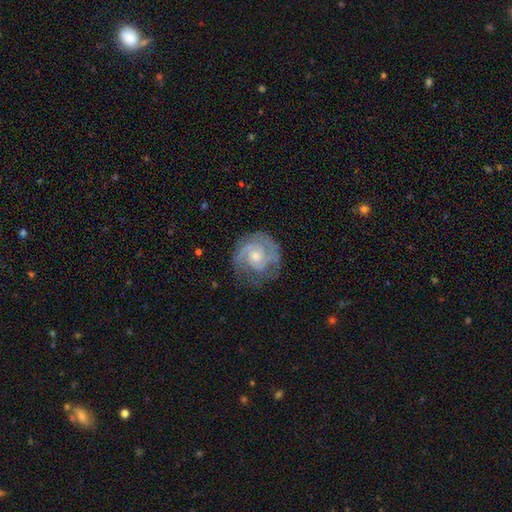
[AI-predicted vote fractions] This is clearly a featured or disk galaxy (81%). It is clearly not viewed edge-on (98%). Bar: likely no (65%). Spiral arm pattern: clearly yes (93%). Spiral arm count: possibly 2 (48%). Spiral winding: possibly tight (58%). Central bulge: possibly moderate (53%). Merging: likely none (72%).